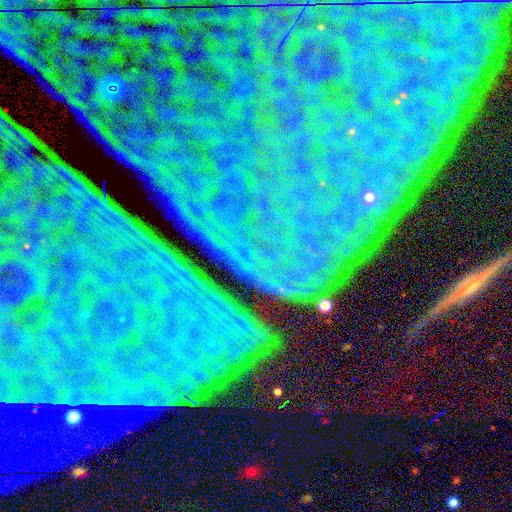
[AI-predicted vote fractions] A star or artifact, not a galaxy (84%).